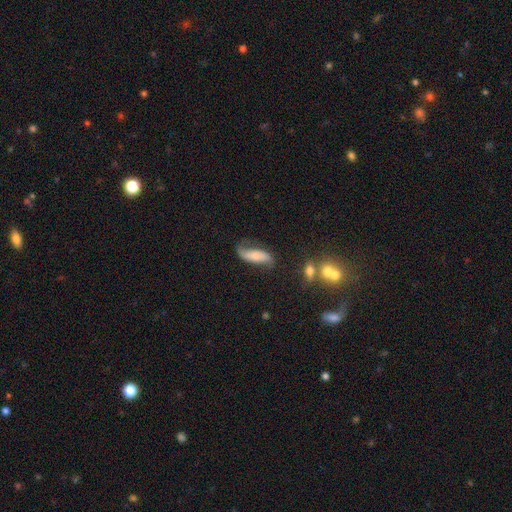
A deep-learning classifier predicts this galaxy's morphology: Smooth or featured? Predicted: featured or disk (p=0.53). Edge-on disk? Predicted: no (p=0.85). Merging? Predicted: none (p=0.55).